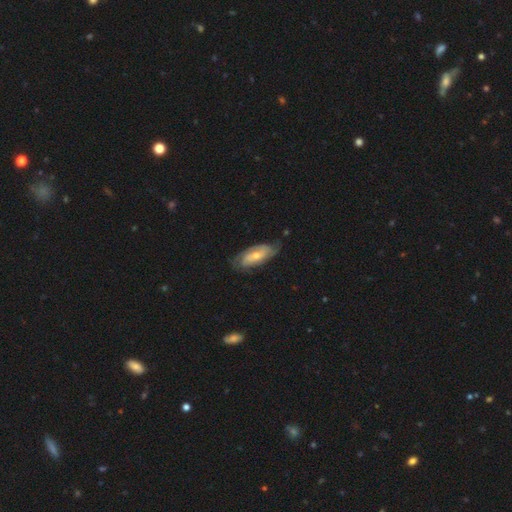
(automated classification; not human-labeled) smooth-or-featured: featured or disk: 65% | smooth: 30% | star or artifact: 6%
  disk-edge-on: no: 89% | yes: 11%
    bar: no: 62% | weak: 31% | strong: 7%
    has-spiral-arms: yes: 86% | no: 14%
    bulge-size: moderate: 54% | small: 40% | large: 3% | none: 2% | dominant: 1%
  merging: none: 68% | minor disturbance: 24% | major disturbance: 7% | merger: 1%